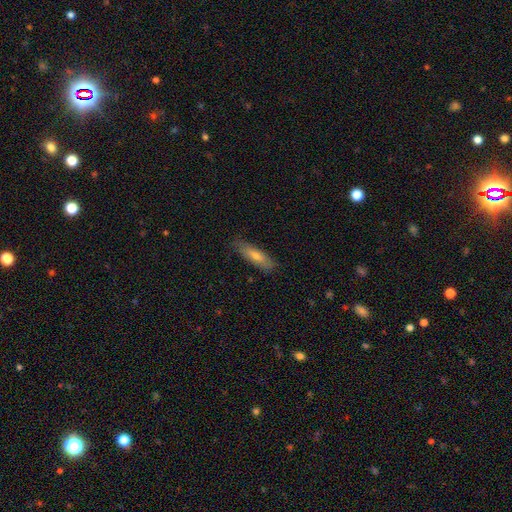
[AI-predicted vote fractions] Morphology: type=smooth (63%); roundness=cigar-shaped (70%); merging=none (84%).